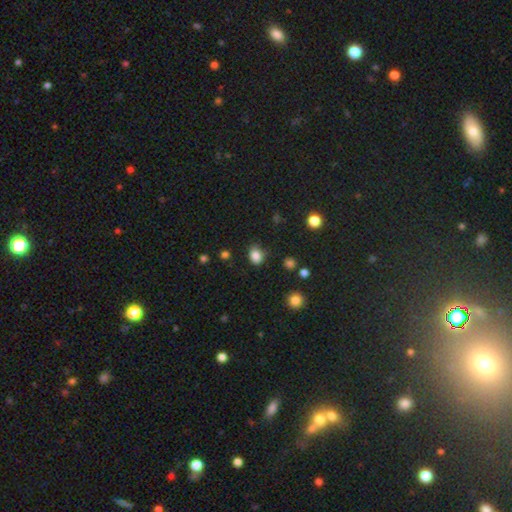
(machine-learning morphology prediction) Smooth or featured? smooth (84%)
How rounded? in between (54%)
Merging? none (72%)